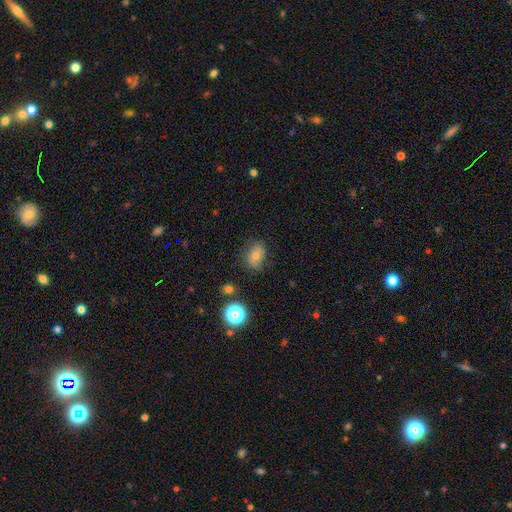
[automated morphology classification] Smooth or featured: smooth — 69% (featured or disk — 18%)
How rounded: in between — 68% (round — 30%)
Merging: none — 73% (minor disturbance — 19%)